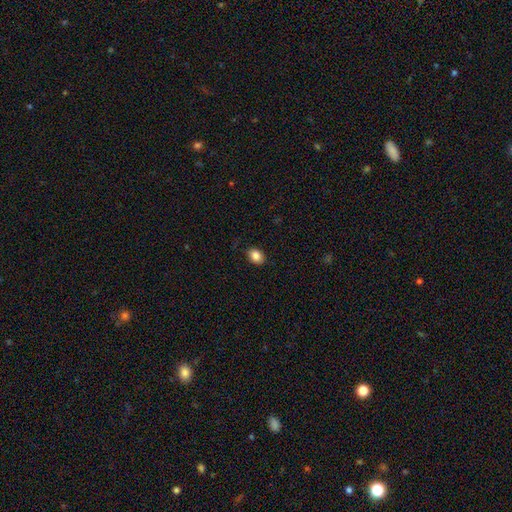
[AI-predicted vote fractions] smooth 86%, star or artifact 9%, featured or disk 5%. Down the decision tree: how rounded — in between (68%); merging — none (87%).